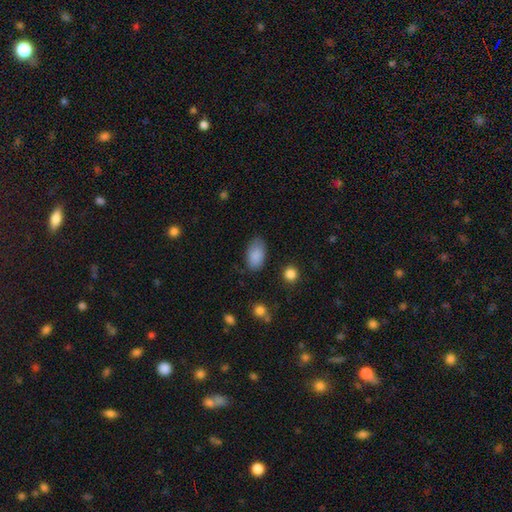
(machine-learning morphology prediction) A smooth galaxy with no disk features (87%) that is in between round and cigar-shaped (93%). Merging: none (76%).